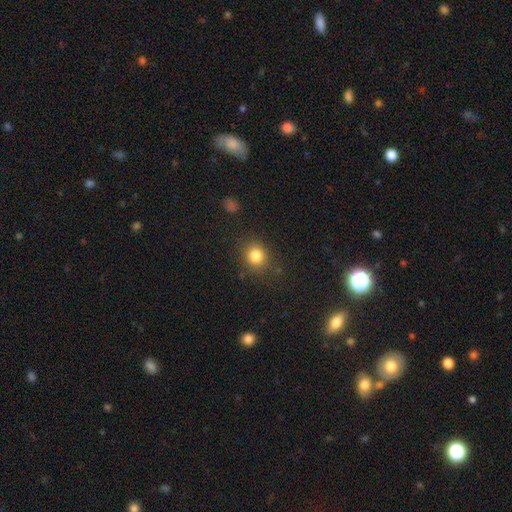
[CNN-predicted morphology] The model was most divided on "how rounded": round: 74%, in between: 25%, cigar-shaped: 1%. More confident: smooth or featured — smooth (83%); merging — none (82%).